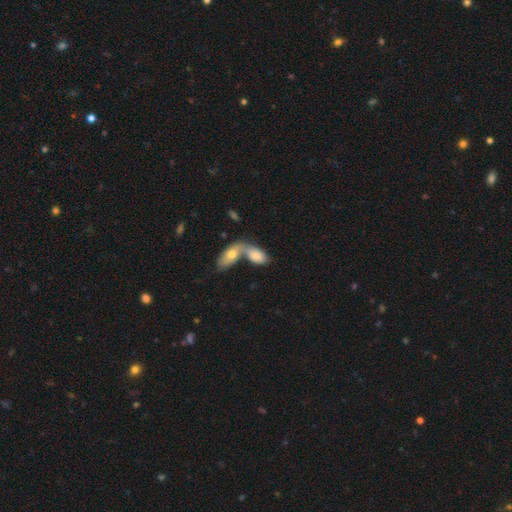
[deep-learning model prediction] Smooth or featured? Predicted: smooth (p=0.73). How rounded? Predicted: in between (p=0.90). Merging? Predicted: merger (p=0.73).